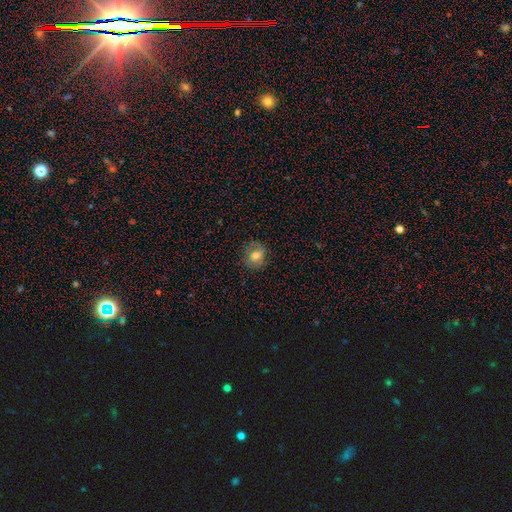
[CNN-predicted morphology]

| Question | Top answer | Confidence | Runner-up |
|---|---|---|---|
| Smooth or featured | smooth | 66% | featured or disk (24%) |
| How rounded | round | 71% | in between (28%) |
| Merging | none | 73% | minor disturbance (19%) |